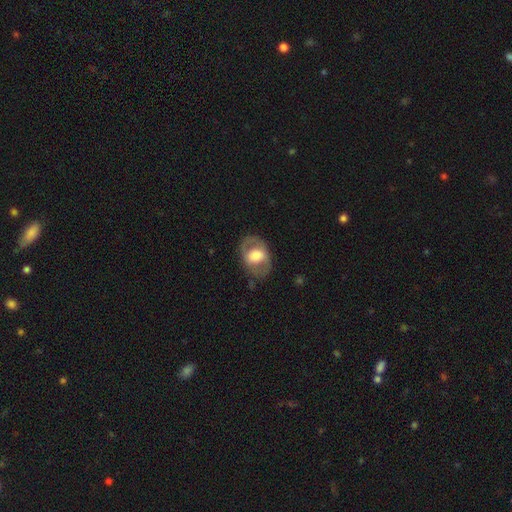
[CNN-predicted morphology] This is possibly a featured or disk galaxy (52%). It is clearly not viewed edge-on (92%). Merging: likely none (73%).